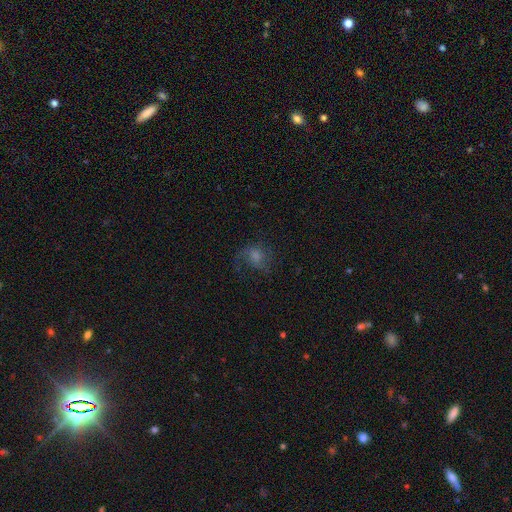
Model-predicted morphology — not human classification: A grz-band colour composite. It shows a featured or disk galaxy (48%). Merging: none (57%).